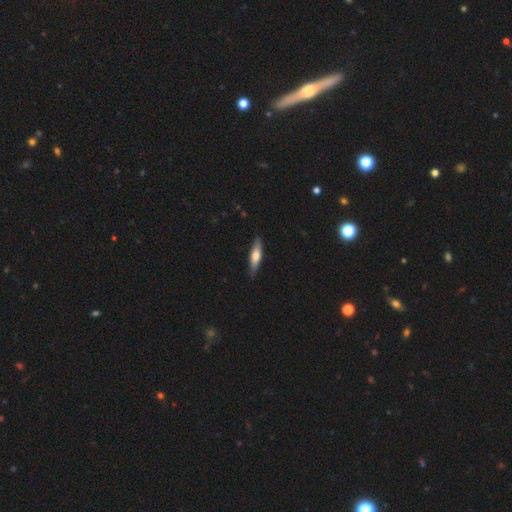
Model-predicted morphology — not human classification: Smooth or featured?
  - smooth: 57% *
  - featured or disk: 38%
  - star or artifact: 5%
How rounded?
  - cigar-shaped: 73% *
  - in between: 26%
  - round: 2%
Merging?
  - none: 85% *
  - minor disturbance: 12%
  - major disturbance: 2%
  - merger: 1%